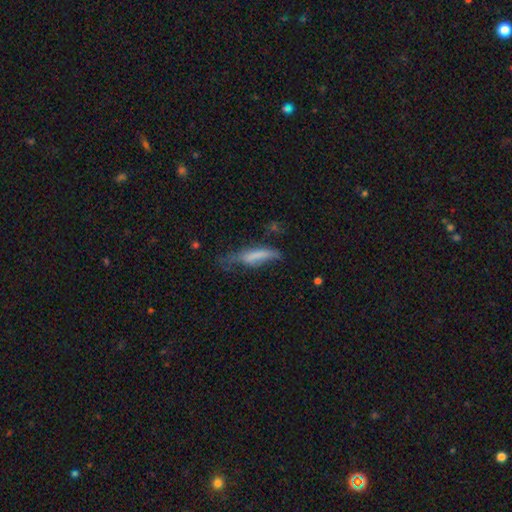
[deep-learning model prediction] This is likely a smooth galaxy (64%). How rounded: likely cigar-shaped (73%). Merging: marginally minor disturbance (34%).